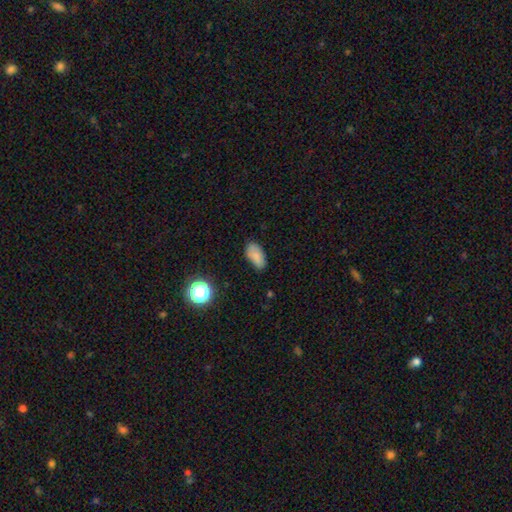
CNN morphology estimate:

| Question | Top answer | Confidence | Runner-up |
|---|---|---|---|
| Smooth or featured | smooth | 82% | star or artifact (11%) |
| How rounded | in between | 91% | cigar-shaped (5%) |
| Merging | none | 75% | minor disturbance (19%) |